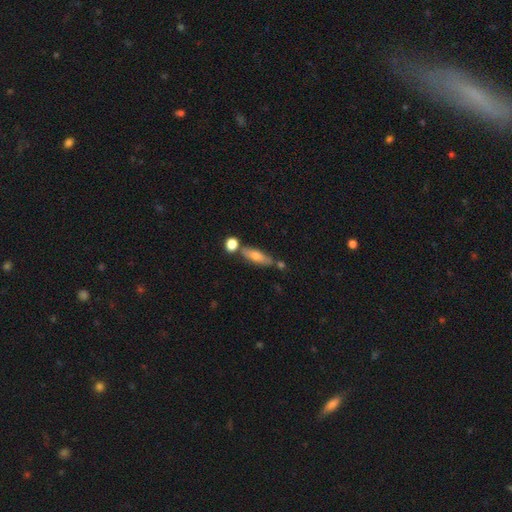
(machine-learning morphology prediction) A smooth galaxy with no disk features (56%) that is cigar-shaped (52%). Merging: none (65%).